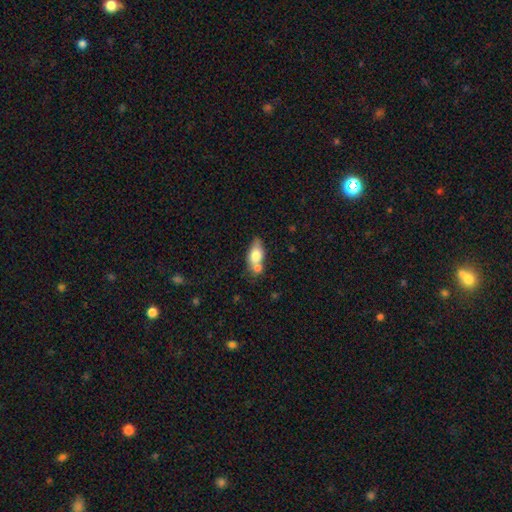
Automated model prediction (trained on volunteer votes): This appears to be a smooth galaxy with no disk features (72%) that is in between round and cigar-shaped (81%). Merging: none (46%).